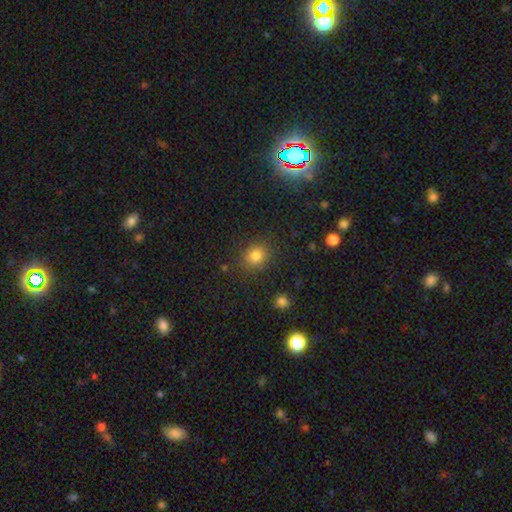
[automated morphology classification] Overall: smooth (81%). How rounded: round (75%). Merging: none (85%).